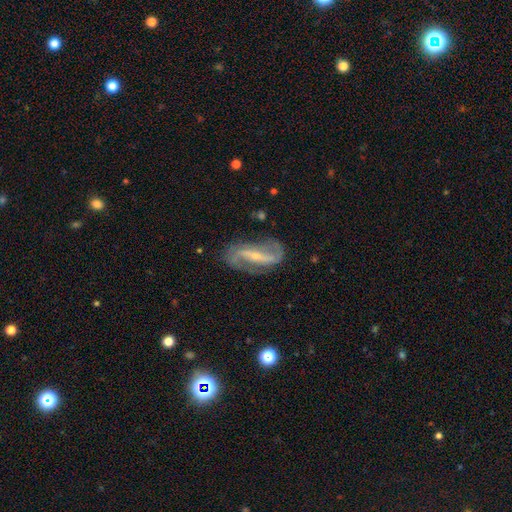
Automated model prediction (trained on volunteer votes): Q: Smooth or featured?
A: featured or disk (88%); runner-up: smooth (7%)
Q: Edge-on disk?
A: no (93%); runner-up: yes (7%)
Q: Bar?
A: strong (59%); runner-up: weak (26%)
Q: Spiral arms?
A: yes (95%); runner-up: no (5%)
Q: Spiral winding?
A: loose (50%); runner-up: medium (36%)
Q: Spiral arm count?
A: 2 (91%); runner-up: can't tell (3%)
Q: Bulge size?
A: small (70%); runner-up: moderate (24%)
Q: Merging?
A: none (77%); runner-up: minor disturbance (15%)